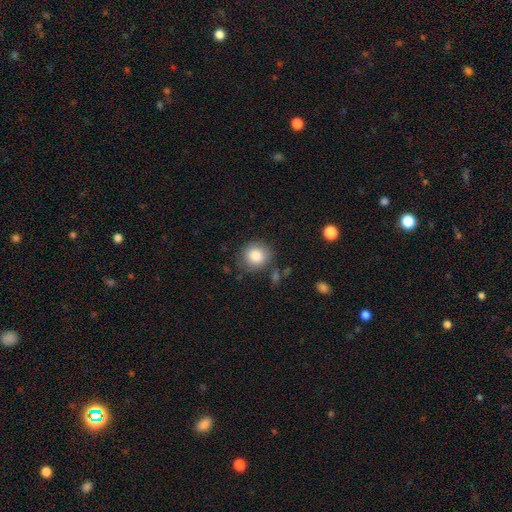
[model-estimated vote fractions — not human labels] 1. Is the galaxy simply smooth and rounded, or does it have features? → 86% smooth, 8% star or artifact, 6% featured or disk.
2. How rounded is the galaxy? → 85% round, 14% in between, 1% cigar-shaped.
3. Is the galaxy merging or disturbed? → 77% none, 14% minor disturbance, 5% major disturbance, 4% merger.